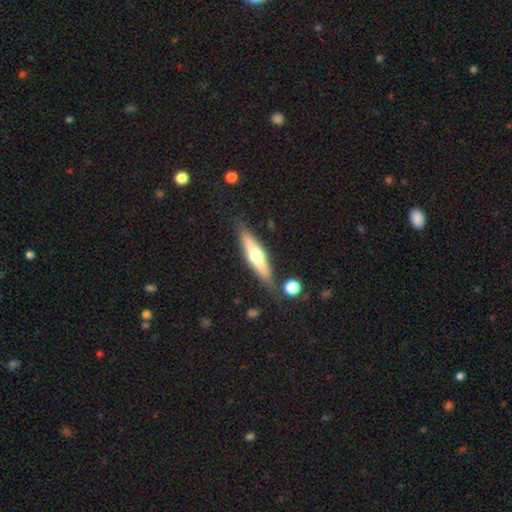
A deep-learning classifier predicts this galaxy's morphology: A featured or disk galaxy (52%) viewed edge-on (92%).

Vote fractions:
- Smooth or featured? featured or disk: 52% / smooth: 42% / star or artifact: 6%
- Edge-on disk? yes: 92% / no: 8%
- Merging? none: 78% / minor disturbance: 14% / merger: 5% / major disturbance: 4%